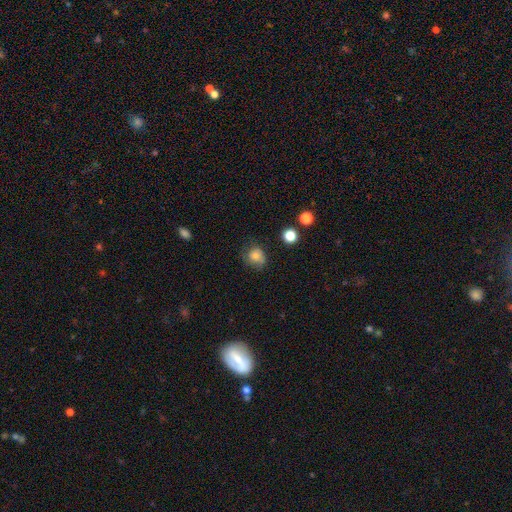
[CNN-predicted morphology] Overall: smooth (78%). How rounded: round (76%). Merging: none (62%; minor disturbance 26%).